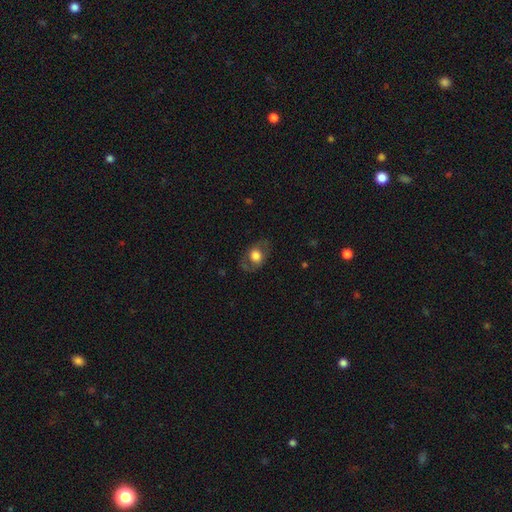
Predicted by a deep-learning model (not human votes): Smooth or featured? smooth (54%)
How rounded? in between (65%)
Merging? none (72%)